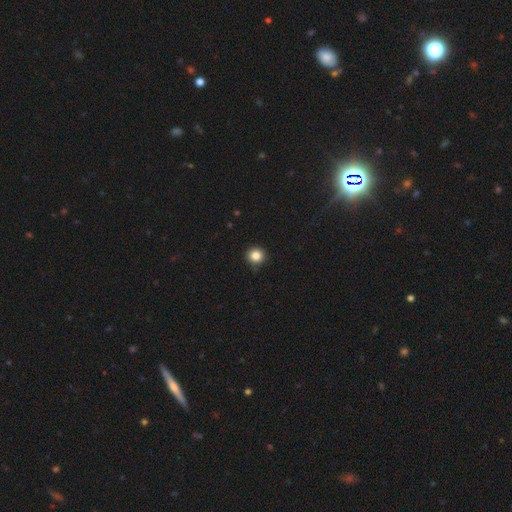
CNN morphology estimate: The model was most divided on "smooth or featured": smooth: 85%, star or artifact: 11%, featured or disk: 4%. More confident: how rounded — round (94%); merging — none (91%).